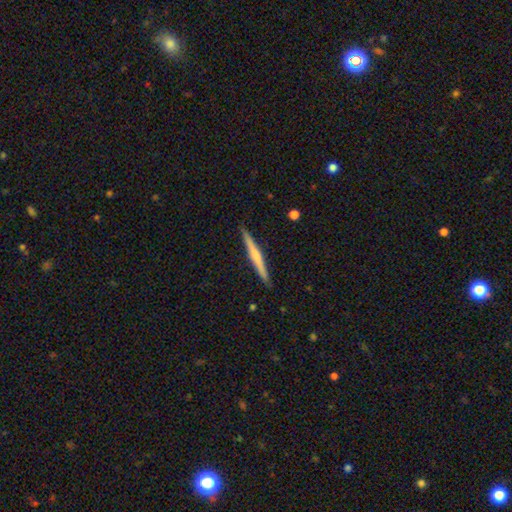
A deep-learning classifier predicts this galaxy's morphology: Overall: featured or disk (52%; smooth 43%). Edge-on disk: yes (98%). Edge-on bulge: rounded (46%; none 45%). Merging: none (91%).